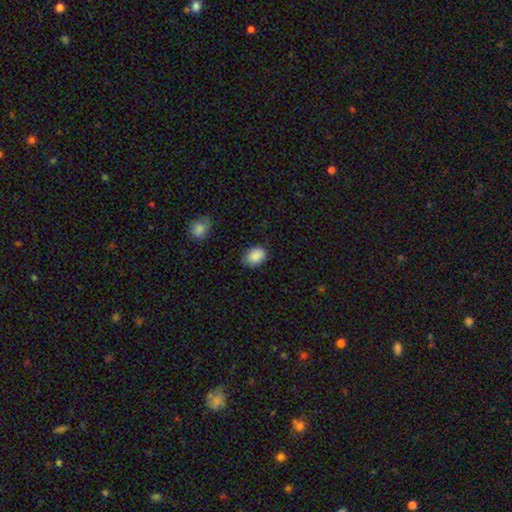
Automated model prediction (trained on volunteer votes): A smooth galaxy with no disk features (88%) that is in between round and cigar-shaped (75%).

Vote fractions:
- Smooth or featured? smooth: 88% / star or artifact: 8% / featured or disk: 5%
- How rounded? in between: 75% / round: 24% / cigar-shaped: 1%
- Merging? none: 73% / minor disturbance: 22% / major disturbance: 4% / merger: 2%